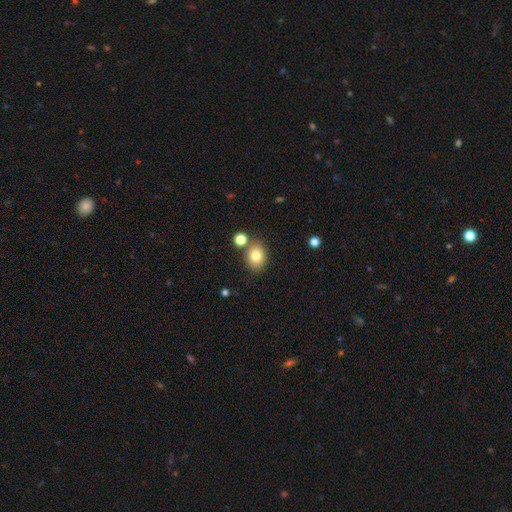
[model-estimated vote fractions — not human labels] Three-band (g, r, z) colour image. It shows a smooth galaxy with no disk features (80%) that is in between round and cigar-shaped (55%). Merging: none (74%).